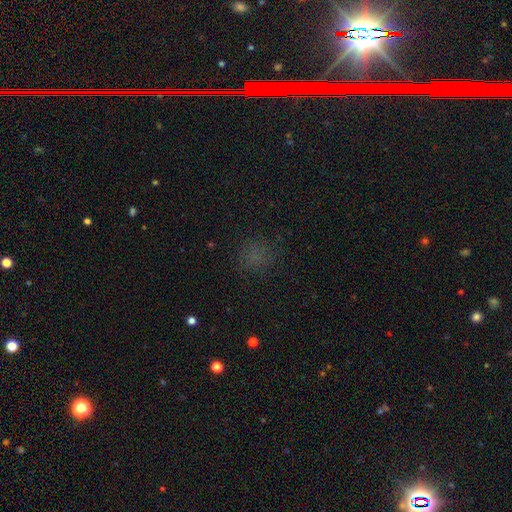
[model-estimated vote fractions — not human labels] This appears to be a smooth galaxy with no disk features (64%) that is round (79%). Merging: none (79%).